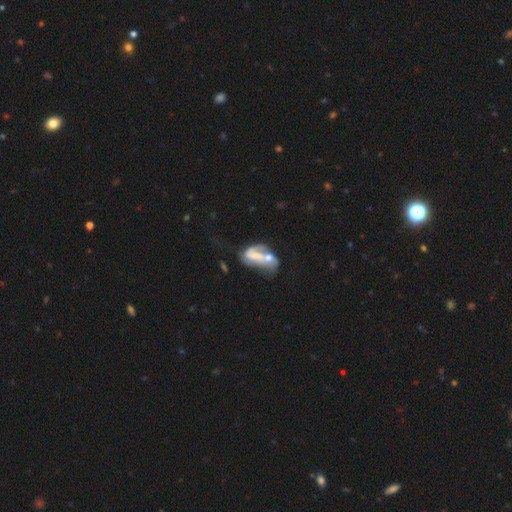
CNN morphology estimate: A featured or disk galaxy (57%) with no bar (53%), spiral arms (51%) and a moderate central bulge (36%).

Vote fractions:
- Smooth or featured? featured or disk: 57% / smooth: 34% / star or artifact: 9%
- Edge-on disk? no: 96% / yes: 4%
- Bar? no: 53% / weak: 29% / strong: 18%
- Spiral arms? yes: 51% / no: 49%
- Bulge size? moderate: 36% / small: 28% / none: 24% / large: 10% / dominant: 2%
- Merging? merger: 56% / major disturbance: 18% / none: 15% / minor disturbance: 11%